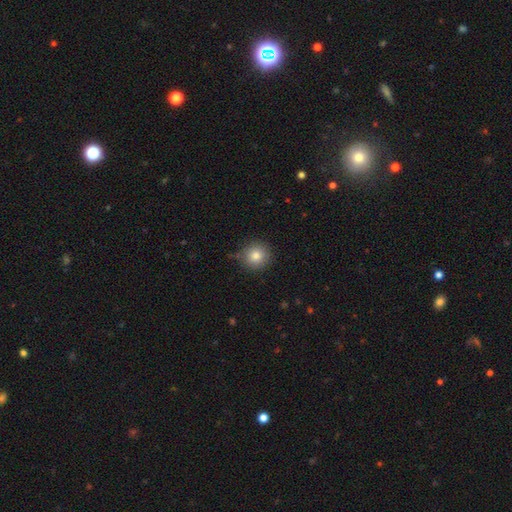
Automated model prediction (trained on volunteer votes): Q: Smooth or featured?
A: smooth (82%); runner-up: star or artifact (10%)
Q: How rounded?
A: round (94%); runner-up: in between (5%)
Q: Merging?
A: none (85%); runner-up: minor disturbance (10%)